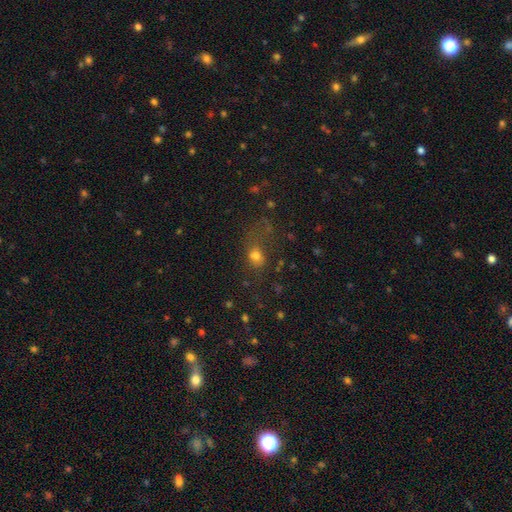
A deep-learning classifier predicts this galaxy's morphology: type=smooth (70%); roundness=round (49%, tied with in between); merging=none (39%).